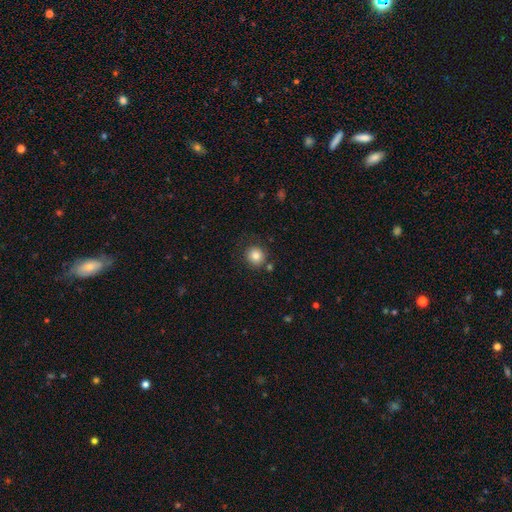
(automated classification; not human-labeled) The model was most divided on "smooth or featured": smooth: 83%, star or artifact: 11%, featured or disk: 7%. More confident: how rounded — round (93%); merging — none (84%).